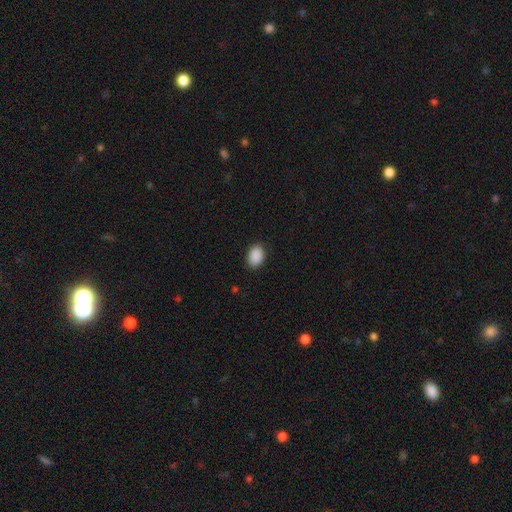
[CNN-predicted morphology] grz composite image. It shows a smooth galaxy with no disk features (90%) that is in between round and cigar-shaped (81%). Merging: none (88%).